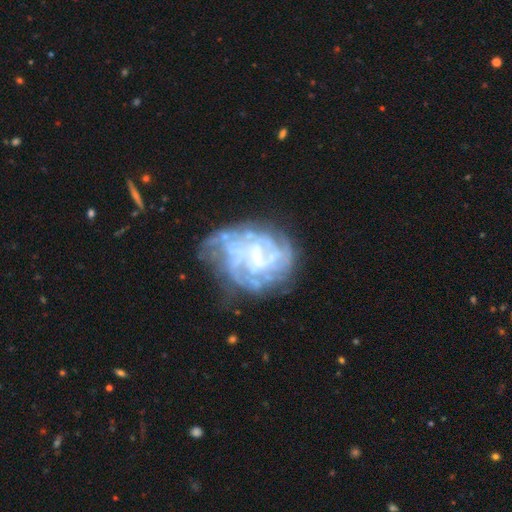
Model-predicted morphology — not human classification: The model was most divided on "bar": weak: 46%, no: 39%, strong: 15%. Remaining: edge-on disk — no (98%); smooth or featured — featured or disk (80%); spiral arms — yes (74%); spiral winding — tight (53%); spiral arm count — can't tell (51%); merging — none (48%); bulge size — small (46%).